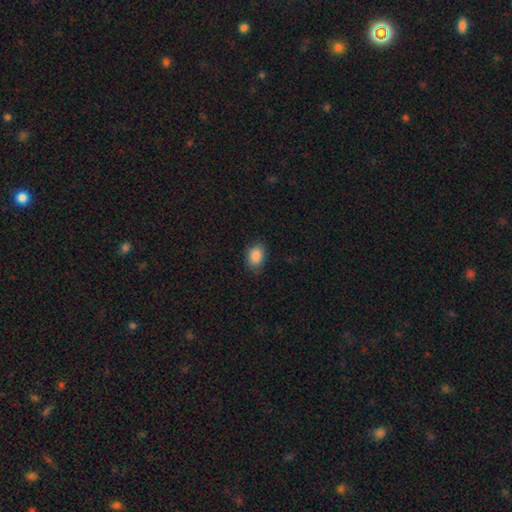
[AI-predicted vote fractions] Overall: smooth (88%). How rounded: in between (78%). Merging: none (83%).